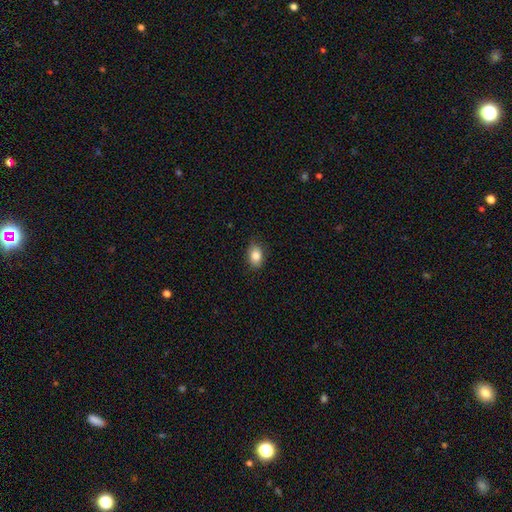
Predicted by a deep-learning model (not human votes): Smooth or featured: smooth — 84% (star or artifact — 8%)
How rounded: in between — 78% (round — 20%)
Merging: none — 81% (minor disturbance — 16%)